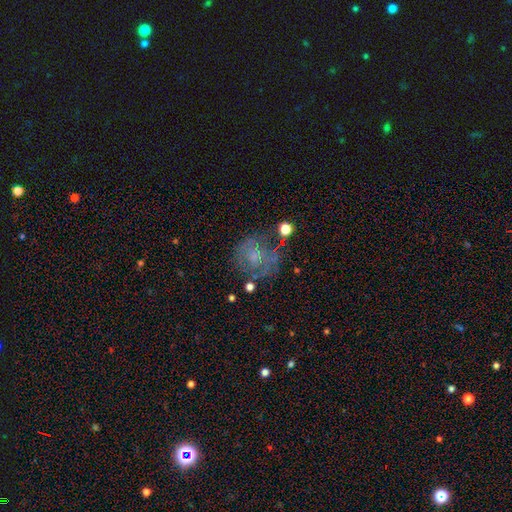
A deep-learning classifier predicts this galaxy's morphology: featured or disk 51%, smooth 35%, star or artifact 14%. Down the decision tree: edge-on disk — no (97%); merging — none (56%).